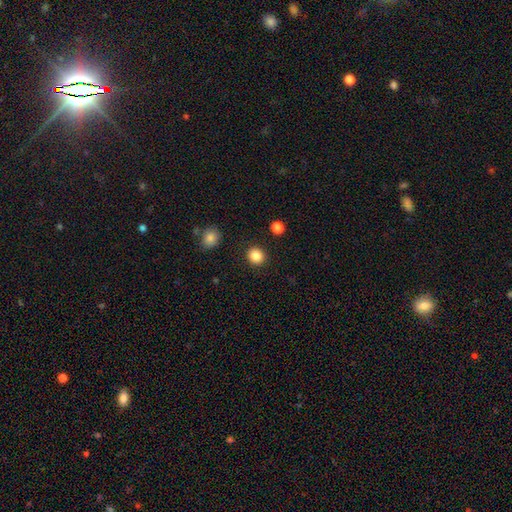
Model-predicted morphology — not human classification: This is clearly a smooth galaxy (86%). How rounded: clearly round (88%). Merging: clearly none (91%).